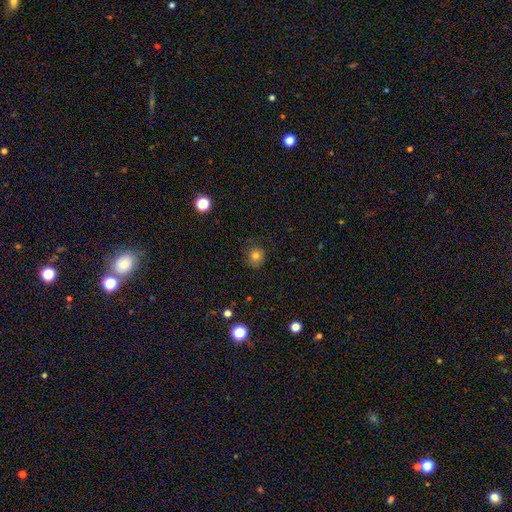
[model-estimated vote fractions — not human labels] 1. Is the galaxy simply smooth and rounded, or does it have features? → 77% smooth, 14% star or artifact, 9% featured or disk.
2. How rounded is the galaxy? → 84% round, 15% in between, 1% cigar-shaped.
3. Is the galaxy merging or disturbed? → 81% none, 15% minor disturbance, 4% major disturbance, 1% merger.